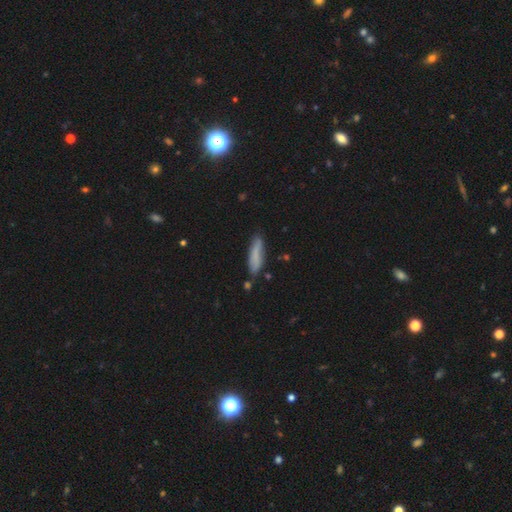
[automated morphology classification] This is likely a smooth galaxy (76%). How rounded: likely cigar-shaped (69%). Merging: likely none (72%).